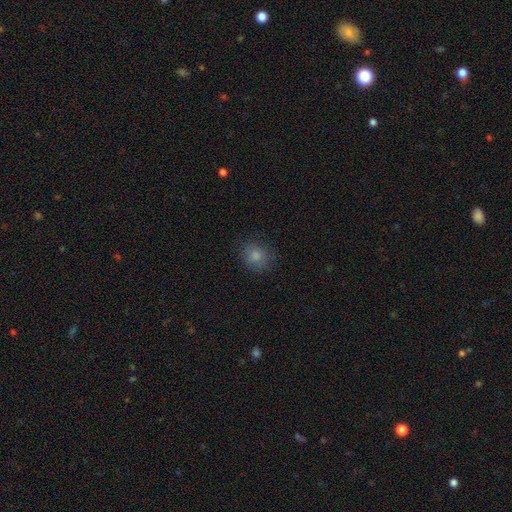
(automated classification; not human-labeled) smooth 82%, star or artifact 11%, featured or disk 7%. Down the decision tree: how rounded — round (77%); merging — none (80%).